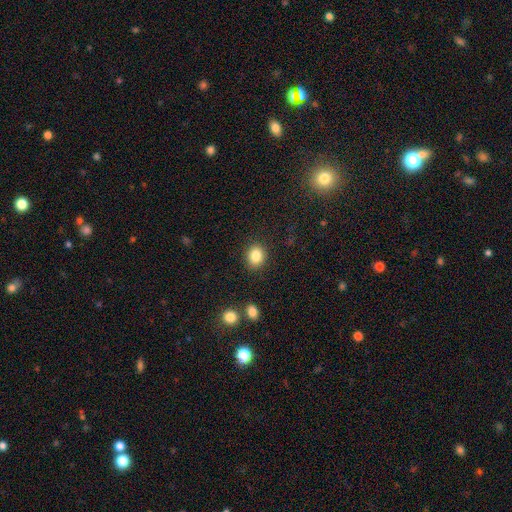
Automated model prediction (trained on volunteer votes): Q: Smooth or featured?
A: smooth (84%); runner-up: star or artifact (9%)
Q: How rounded?
A: round (58%); runner-up: in between (41%)
Q: Merging?
A: none (88%); runner-up: minor disturbance (8%)